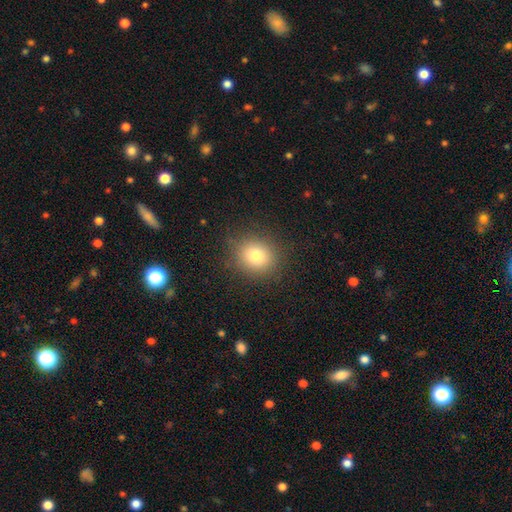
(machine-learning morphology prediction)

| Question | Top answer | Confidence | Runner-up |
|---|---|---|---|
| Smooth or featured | smooth | 80% | star or artifact (12%) |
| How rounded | round | 79% | in between (20%) |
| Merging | none | 86% | minor disturbance (9%) |